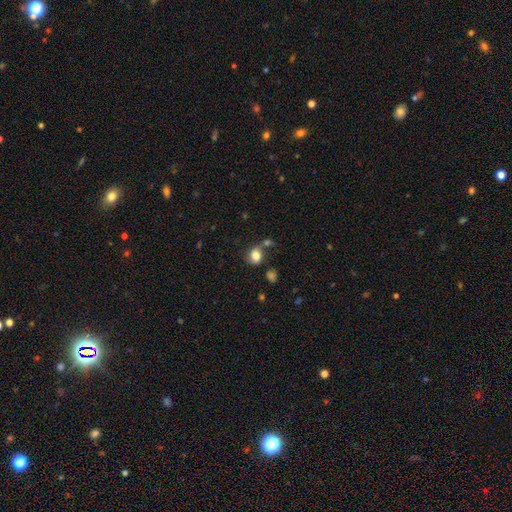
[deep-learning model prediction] smooth_or_featured: smooth (p=0.79) [alt: featured or disk p=0.11]
how_rounded: round (p=0.60) [alt: in between p=0.39]
merging: none (p=0.53) [alt: minor disturbance p=0.19]